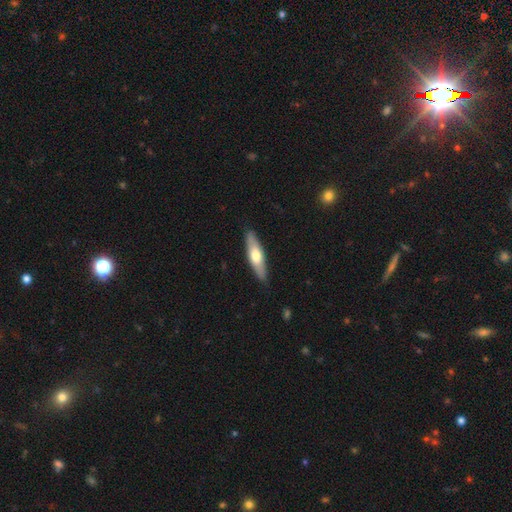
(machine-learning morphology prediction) Smooth or featured? Predicted: smooth (p=0.55). How rounded? Predicted: cigar-shaped (p=0.66). Merging? Predicted: none (p=0.87).